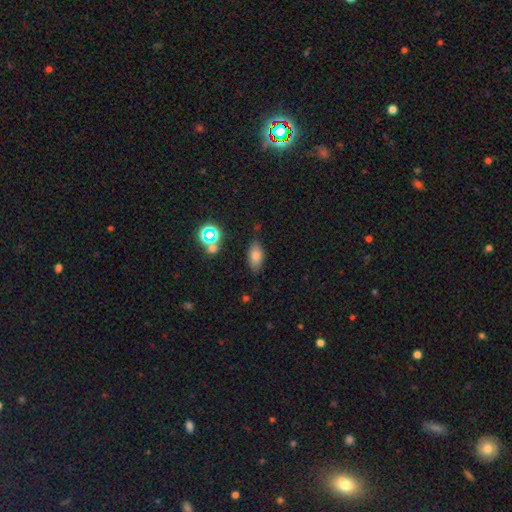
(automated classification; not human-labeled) Smooth or featured?
  - smooth: 76% *
  - star or artifact: 14%
  - featured or disk: 11%
How rounded?
  - in between: 89% *
  - round: 6%
  - cigar-shaped: 6%
Merging?
  - none: 80% *
  - minor disturbance: 13%
  - merger: 4%
  - major disturbance: 3%